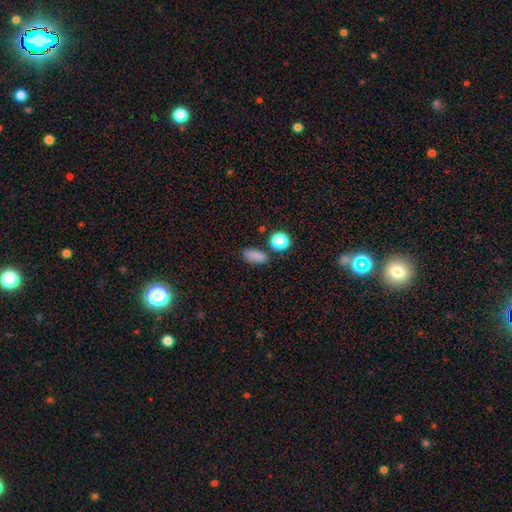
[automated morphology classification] smooth 81%, star or artifact 14%, featured or disk 5%. Down the decision tree: how rounded — in between (78%); merging — none (74%).